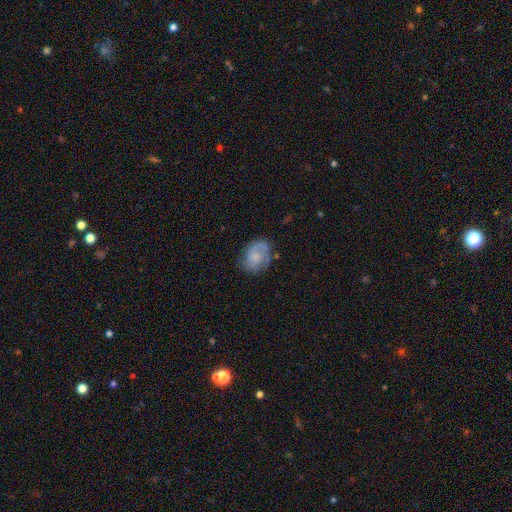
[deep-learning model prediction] smooth-or-featured: smooth: 54% | featured or disk: 37% | star or artifact: 8%
  how-rounded: in between: 59% | round: 40% | cigar-shaped: 1%
  merging: none: 61% | minor disturbance: 25% | major disturbance: 10% | merger: 3%